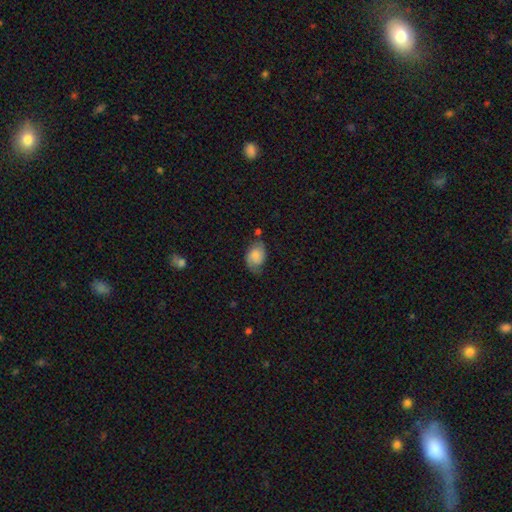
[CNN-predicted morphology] A smooth galaxy with no disk features (55%) that is in between round and cigar-shaped (79%).

Vote fractions:
- Smooth or featured? smooth: 55% / featured or disk: 37% / star or artifact: 8%
- How rounded? in between: 79% / round: 20% / cigar-shaped: 1%
- Merging? none: 52% / minor disturbance: 31% / major disturbance: 13% / merger: 4%